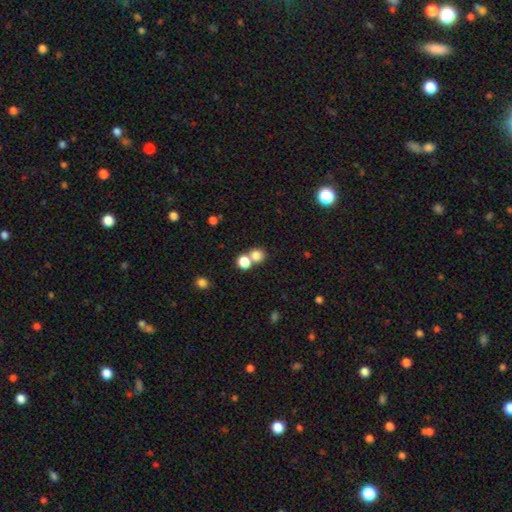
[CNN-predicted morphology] smooth-or-featured: smooth: 79% | star or artifact: 14% | featured or disk: 7%
  how-rounded: round: 83% | in between: 16% | cigar-shaped: 1%
  merging: none: 50% | merger: 41% | minor disturbance: 6% | major disturbance: 3%